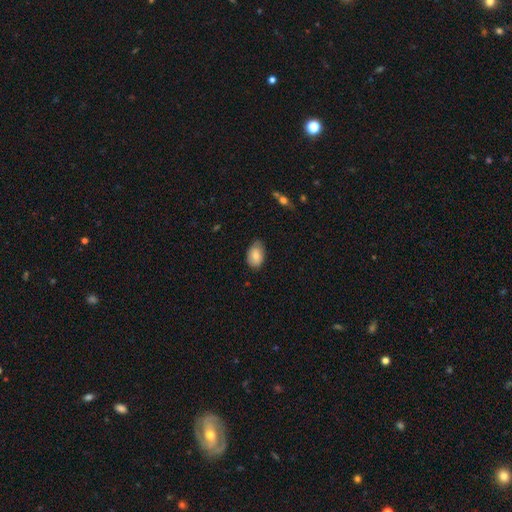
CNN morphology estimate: The model was most divided on "merging": none: 72%, minor disturbance: 23%, major disturbance: 3%, merger: 1%. More confident: how rounded — in between (89%); smooth or featured — smooth (80%).